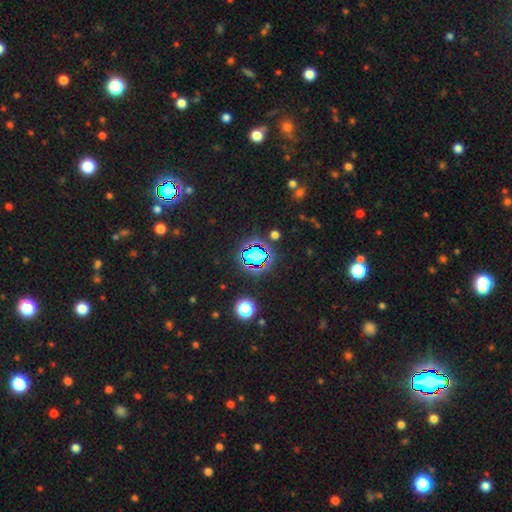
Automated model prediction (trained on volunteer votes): This is likely a star or artifact rather than a galaxy (63%).